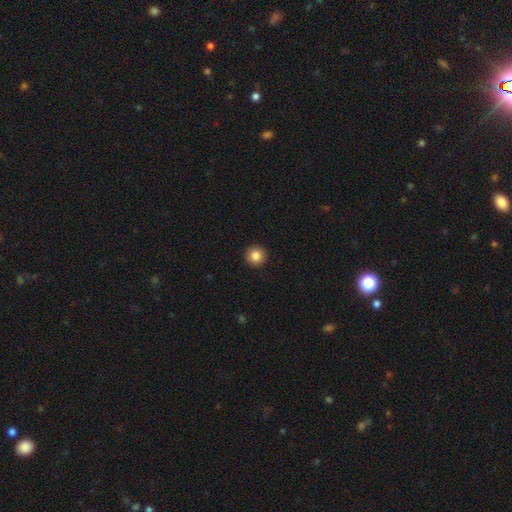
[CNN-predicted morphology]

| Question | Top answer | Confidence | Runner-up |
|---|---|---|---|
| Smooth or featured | smooth | 85% | star or artifact (10%) |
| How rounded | round | 96% | in between (3%) |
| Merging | none | 93% | minor disturbance (4%) |